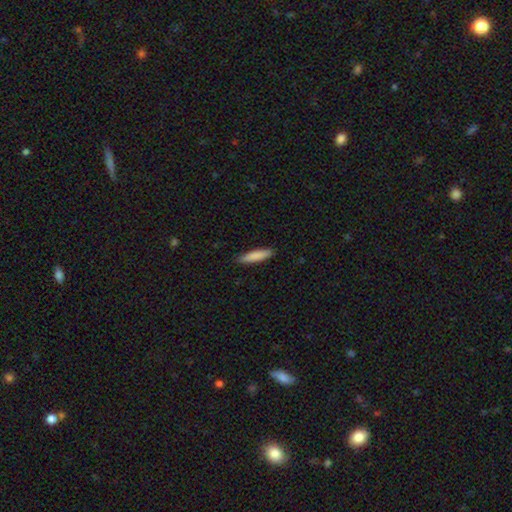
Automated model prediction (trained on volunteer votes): Smooth or featured: smooth — 84% (featured or disk — 11%)
How rounded: cigar-shaped — 84% (in between — 15%)
Merging: none — 89% (minor disturbance — 8%)